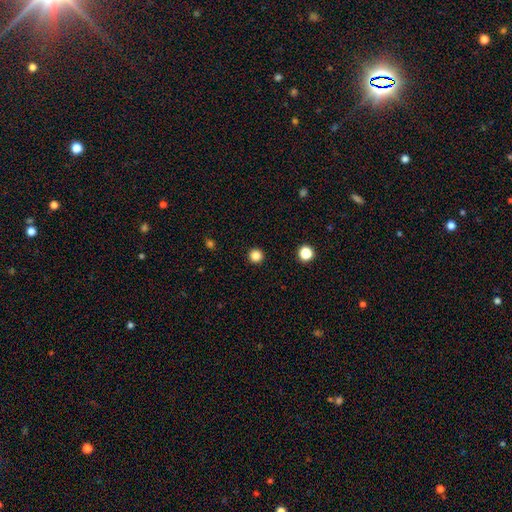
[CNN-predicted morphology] Smooth or featured? smooth (85%)
How rounded? round (97%)
Merging? none (94%)